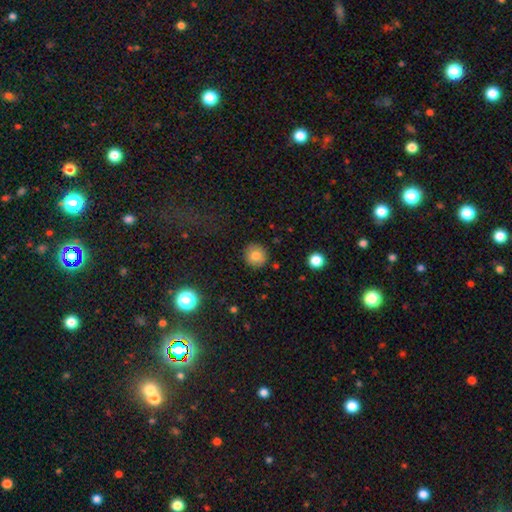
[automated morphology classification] This appears to be a smooth galaxy with no disk features (78%) that is round (92%). Merging: none (88%).